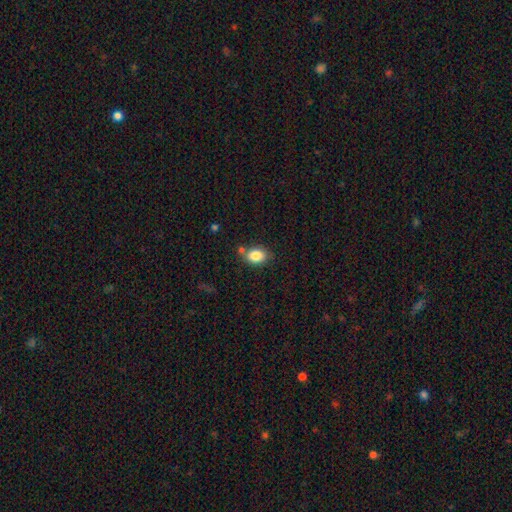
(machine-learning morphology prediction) Q: Smooth or featured?
A: smooth (85%); runner-up: star or artifact (9%)
Q: How rounded?
A: in between (72%); runner-up: round (26%)
Q: Merging?
A: none (71%); runner-up: minor disturbance (15%)